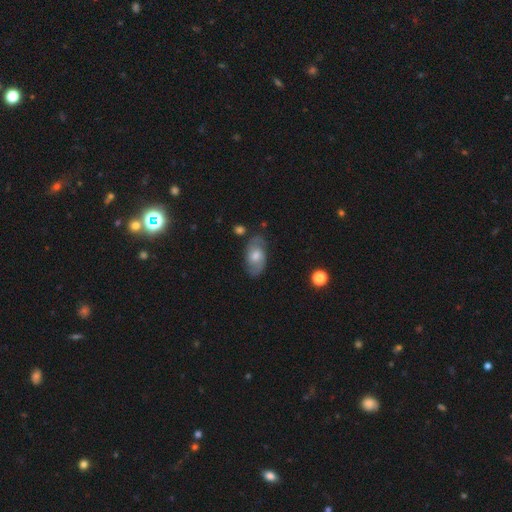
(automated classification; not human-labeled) This is possibly a featured or disk galaxy (58%). It is clearly not viewed edge-on (93%). Bar: possibly no (57%). Spiral arm pattern: clearly yes (83%). Central bulge: likely moderate (60%). Merging: likely none (79%).